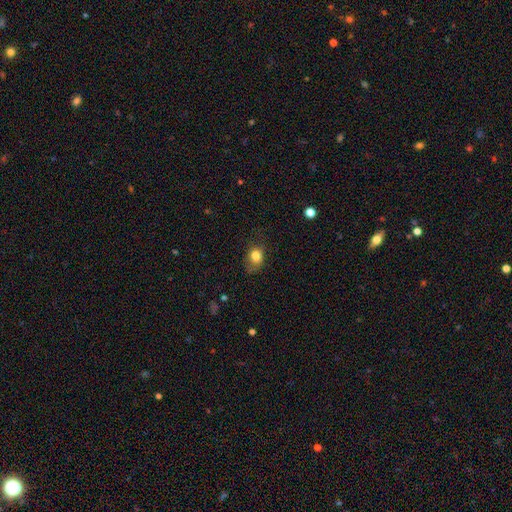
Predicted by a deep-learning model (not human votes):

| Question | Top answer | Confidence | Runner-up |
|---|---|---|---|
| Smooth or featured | smooth | 81% | star or artifact (10%) |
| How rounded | in between | 55% | round (44%) |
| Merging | none | 56% | minor disturbance (28%) |